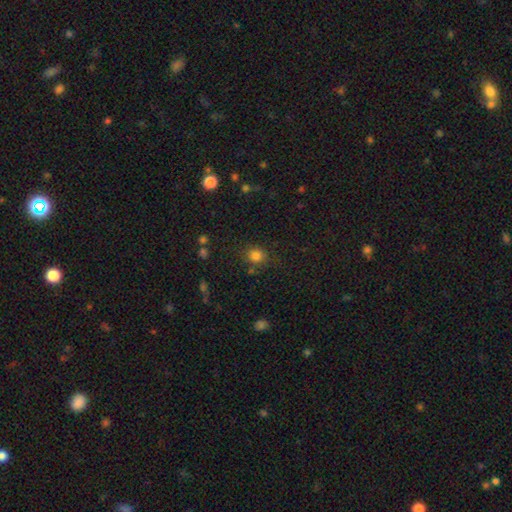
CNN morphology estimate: Smooth or featured: smooth — 80% (star or artifact — 14%)
How rounded: round — 84% (in between — 15%)
Merging: none — 79% (minor disturbance — 12%)